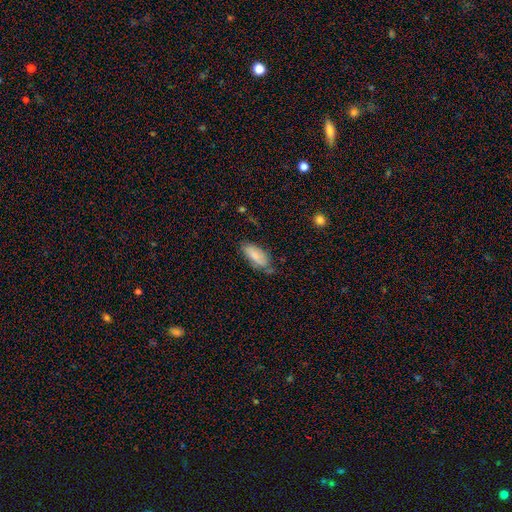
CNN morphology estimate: Q: Smooth or featured?
A: smooth (78%); runner-up: featured or disk (15%)
Q: How rounded?
A: in between (85%); runner-up: cigar-shaped (13%)
Q: Merging?
A: none (56%); runner-up: minor disturbance (32%)